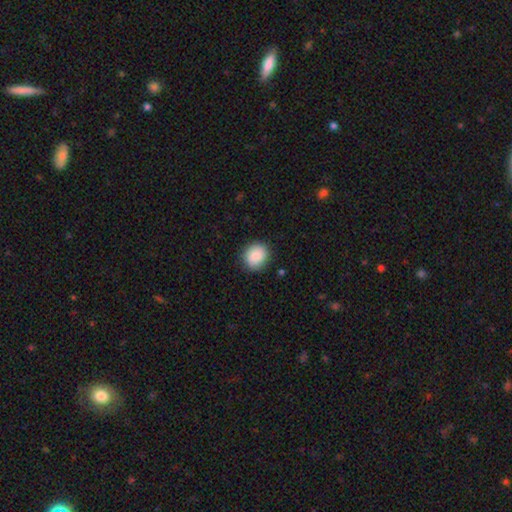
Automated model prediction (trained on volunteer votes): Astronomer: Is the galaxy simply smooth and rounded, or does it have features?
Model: smooth — 89%.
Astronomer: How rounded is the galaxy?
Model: round — 80%.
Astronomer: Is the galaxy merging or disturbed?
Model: none — 88%.